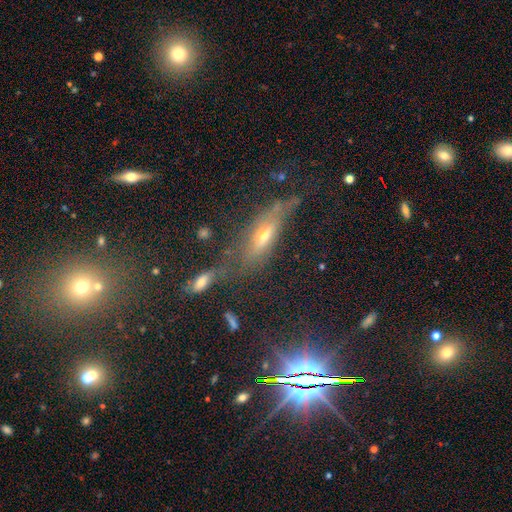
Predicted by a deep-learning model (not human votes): smooth_or_featured: featured or disk (p=0.47) [alt: star or artifact p=0.27]
merging: none (p=0.56) [alt: minor disturbance p=0.23]